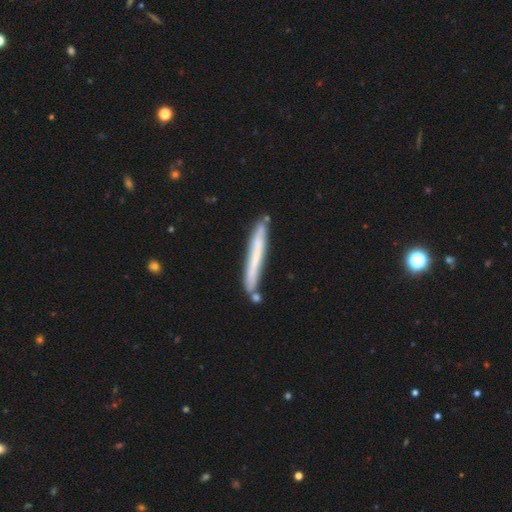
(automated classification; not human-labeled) Smooth or featured? smooth (51%)
How rounded? cigar-shaped (96%)
Merging? none (75%)